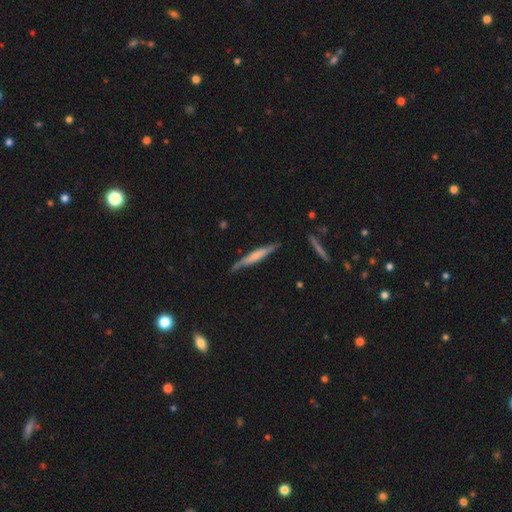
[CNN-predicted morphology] smooth_or_featured: smooth (p=0.51) [alt: featured or disk p=0.44]
how_rounded: cigar-shaped (p=0.93) [alt: in between p=0.05]
merging: none (p=0.76) [alt: minor disturbance p=0.19]